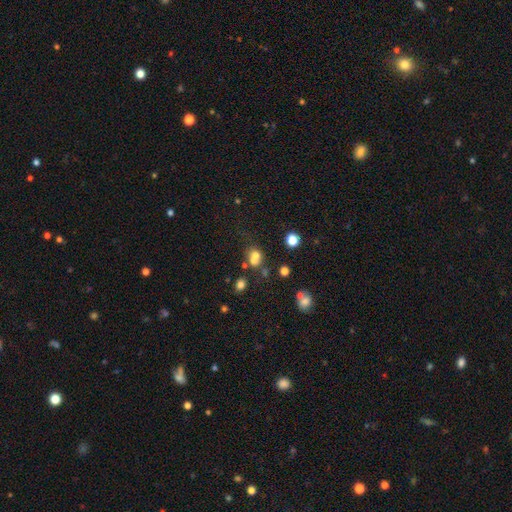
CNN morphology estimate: type=smooth (67%); roundness=round (68%); merging=merger (45%).